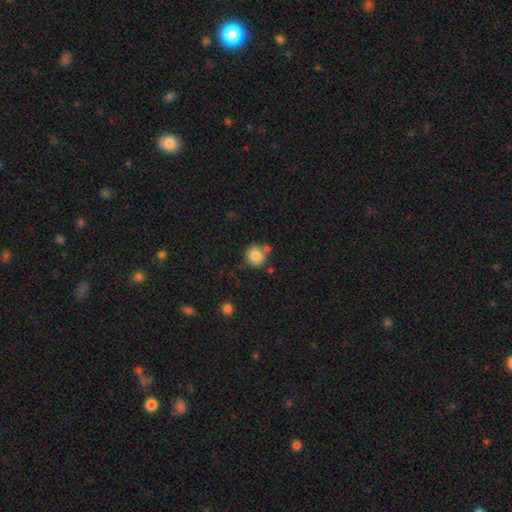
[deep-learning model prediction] This appears to be a smooth galaxy with no disk features (85%) that is round (91%). Merging: none (72%).